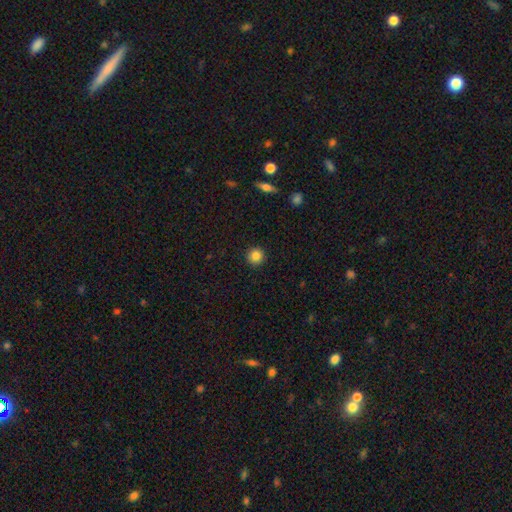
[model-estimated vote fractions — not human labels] Smooth or featured: smooth — 84% (star or artifact — 10%)
How rounded: round — 95% (in between — 4%)
Merging: none — 93% (minor disturbance — 5%)